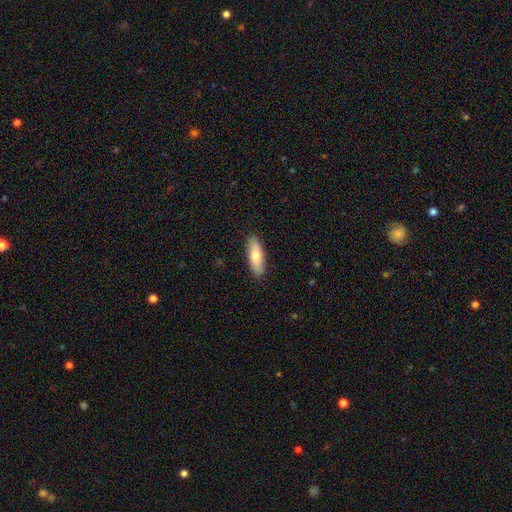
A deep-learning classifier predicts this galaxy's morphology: A smooth galaxy with no disk features (74%) that is in between round and cigar-shaped (56%). Merging: none (89%).